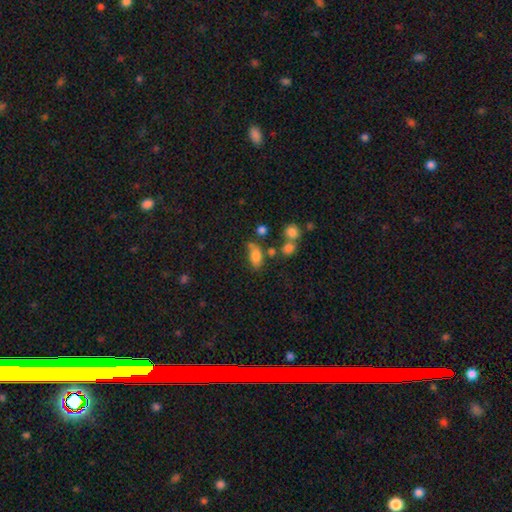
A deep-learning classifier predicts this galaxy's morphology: The model was most divided on "merging": none: 48%, minor disturbance: 22%, merger: 20%, major disturbance: 10%. More confident: how rounded — in between (84%); smooth or featured — smooth (79%).